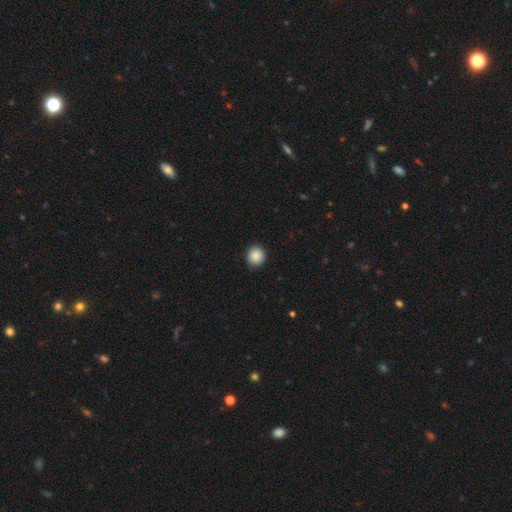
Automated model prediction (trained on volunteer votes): Overall: smooth (88%). How rounded: round (88%). Merging: none (91%).